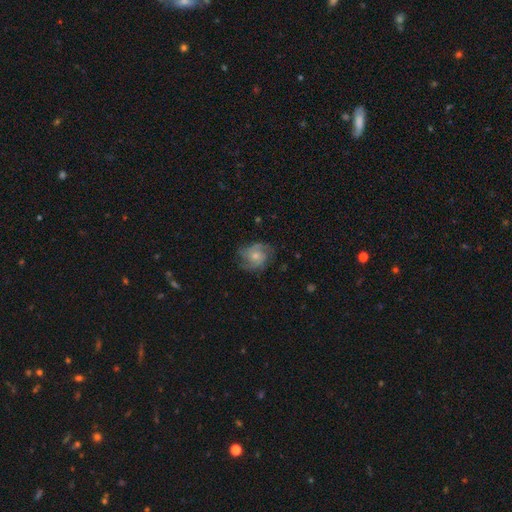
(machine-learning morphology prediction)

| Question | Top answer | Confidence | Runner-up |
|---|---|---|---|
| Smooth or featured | featured or disk | 75% | smooth (18%) |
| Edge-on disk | no | 98% | yes (2%) |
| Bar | no | 71% | weak (25%) |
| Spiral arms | yes | 94% | no (6%) |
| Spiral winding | medium | 47% | tight (37%) |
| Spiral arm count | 2 | 42% | 3 (29%) |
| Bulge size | small | 46% | tied: moderate (46%) |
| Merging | none | 71% | minor disturbance (19%) |